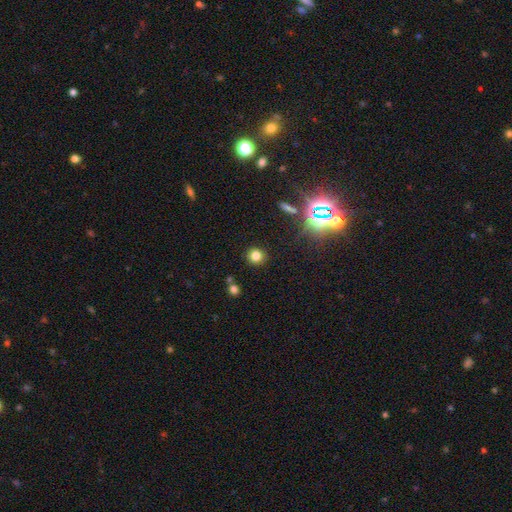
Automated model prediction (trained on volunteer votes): smooth 76%, star or artifact 18%, featured or disk 6%. Down the decision tree: how rounded — round (90%); merging — none (89%).